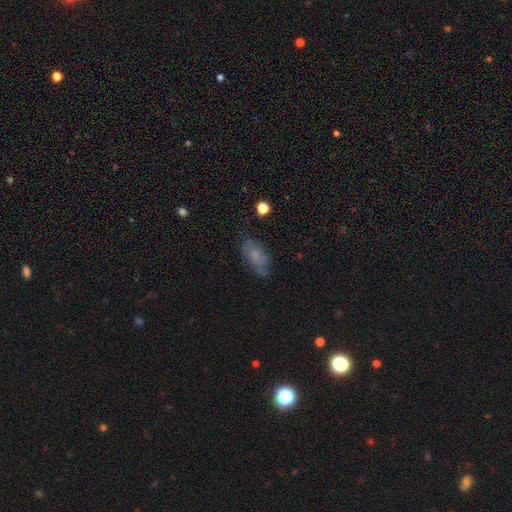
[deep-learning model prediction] Smooth or featured? Predicted: smooth (p=0.58). How rounded? Predicted: in between (p=0.86). Merging? Predicted: none (p=0.60).